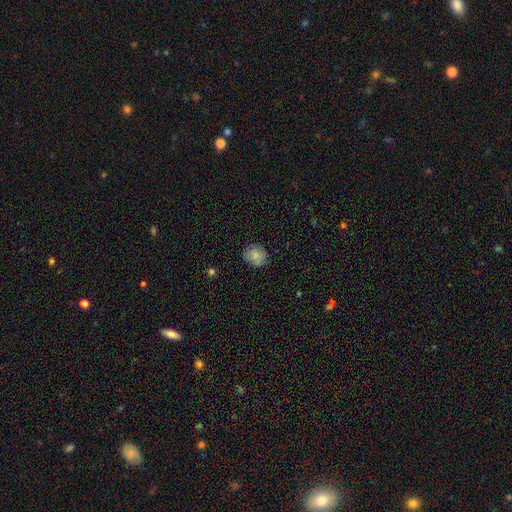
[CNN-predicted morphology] This appears to be a smooth galaxy with no disk features (84%) that is round (70%). Merging: none (82%).